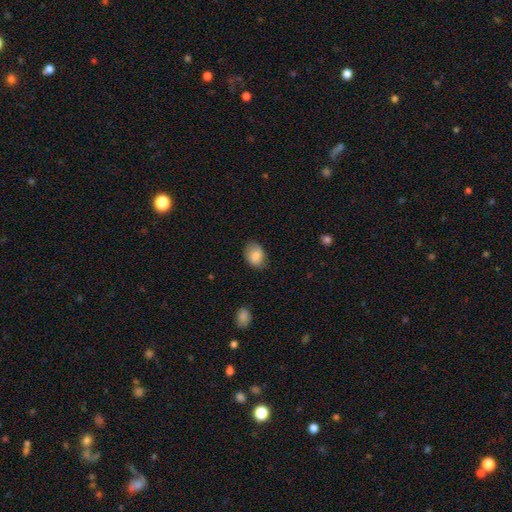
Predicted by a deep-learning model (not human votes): Smooth or featured?
  - smooth: 84% *
  - featured or disk: 9%
  - star or artifact: 7%
How rounded?
  - in between: 73% *
  - round: 26%
  - cigar-shaped: 1%
Merging?
  - none: 68% *
  - minor disturbance: 25%
  - major disturbance: 6%
  - merger: 1%